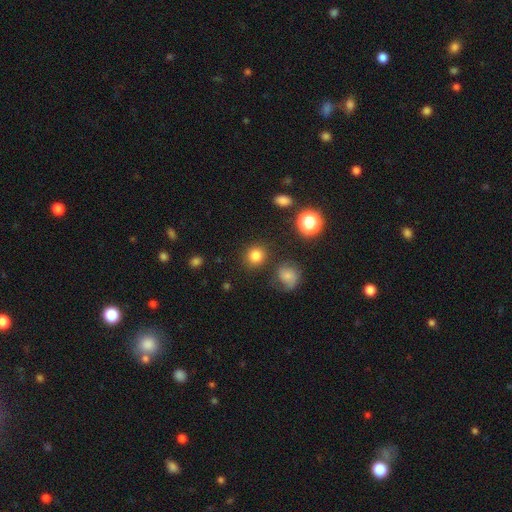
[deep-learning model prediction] Smooth or featured? Predicted: smooth (p=0.80). How rounded? Predicted: round (p=0.87). Merging? Predicted: none (p=0.84).